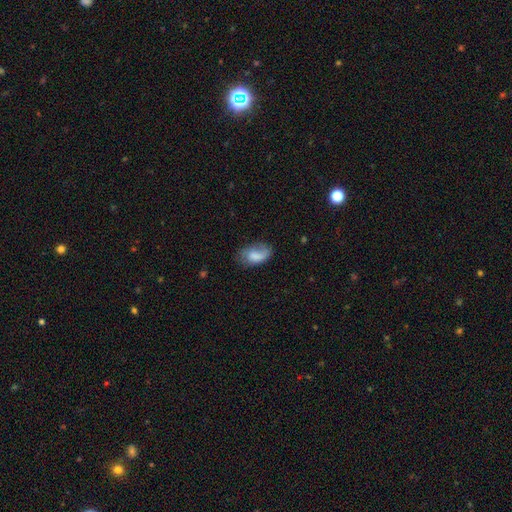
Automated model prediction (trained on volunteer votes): The model was most divided on "merging": none: 51%, minor disturbance: 30%, major disturbance: 16%, merger: 2%. More confident: how rounded — in between (92%); smooth or featured — smooth (68%).